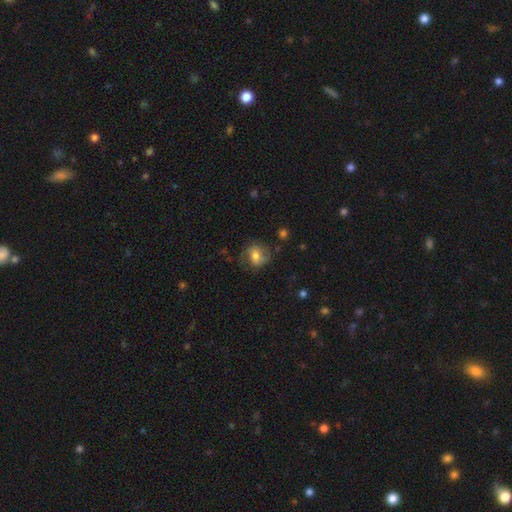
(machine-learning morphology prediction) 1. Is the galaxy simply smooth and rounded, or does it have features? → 63% smooth, 27% featured or disk, 10% star or artifact.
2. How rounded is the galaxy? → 61% round, 38% in between, 1% cigar-shaped.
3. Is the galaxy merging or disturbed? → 61% none, 24% minor disturbance, 12% major disturbance, 2% merger.